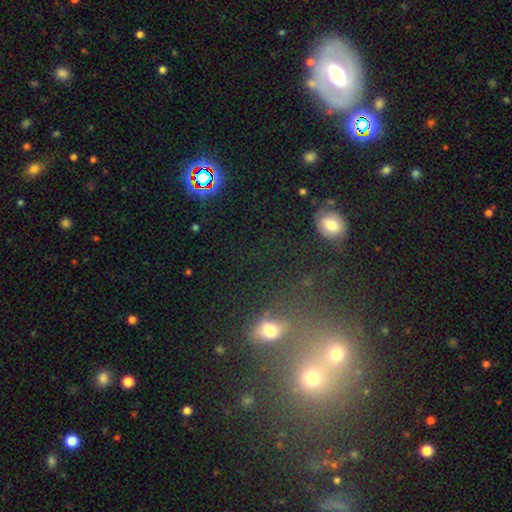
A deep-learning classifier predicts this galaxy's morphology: A star or artifact, not a galaxy (42%).